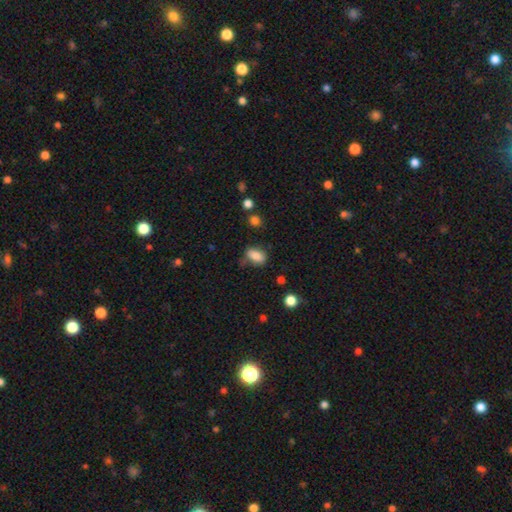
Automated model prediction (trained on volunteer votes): Smooth or featured: smooth — 82% (star or artifact — 9%)
How rounded: in between — 84% (round — 13%)
Merging: none — 65% (minor disturbance — 23%)